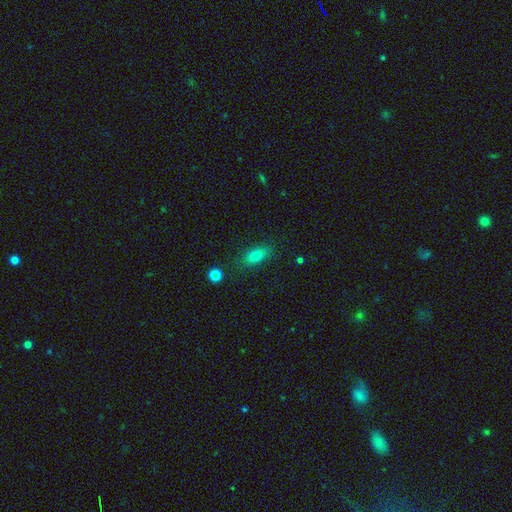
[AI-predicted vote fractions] Smooth or featured? smooth (77%)
How rounded? in between (79%)
Merging? none (82%)